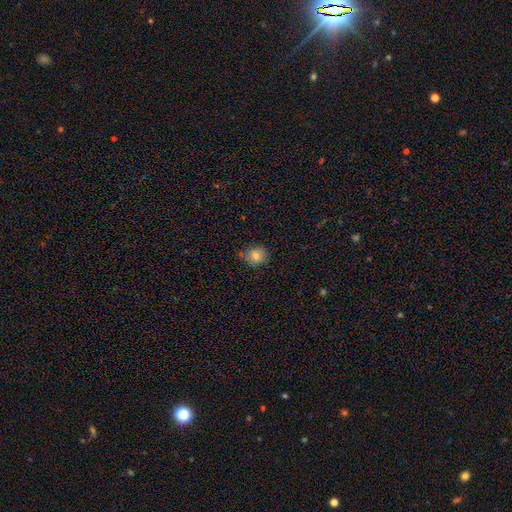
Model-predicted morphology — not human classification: Smooth or featured?
  - smooth: 79% *
  - star or artifact: 11%
  - featured or disk: 10%
How rounded?
  - round: 73% *
  - in between: 26%
  - cigar-shaped: 1%
Merging?
  - none: 71% *
  - minor disturbance: 22%
  - major disturbance: 4%
  - merger: 3%